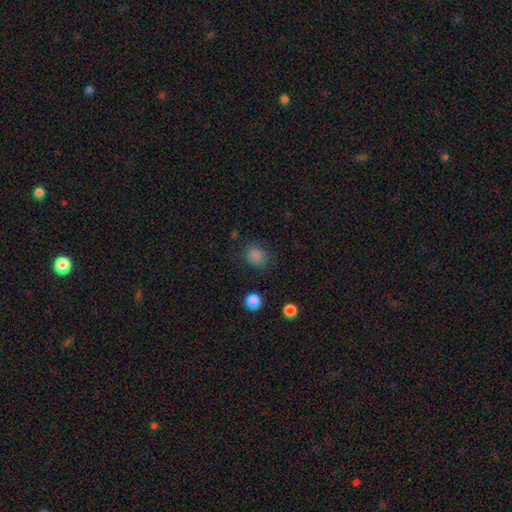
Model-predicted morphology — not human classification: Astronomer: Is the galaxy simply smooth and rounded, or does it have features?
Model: smooth — 83%.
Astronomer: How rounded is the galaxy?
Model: round — 64%.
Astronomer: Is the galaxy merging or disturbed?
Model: none — 76%.